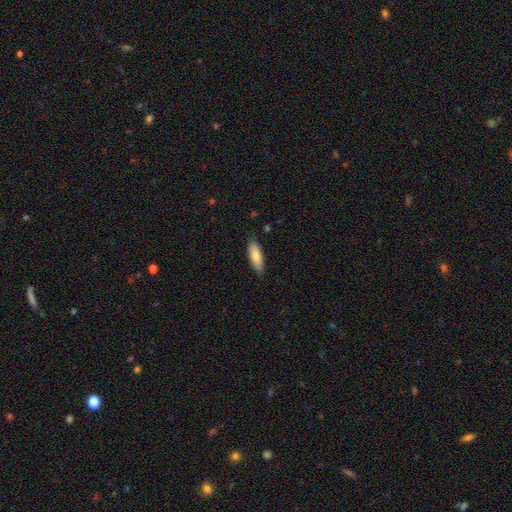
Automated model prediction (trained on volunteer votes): This appears to be a smooth galaxy with no disk features (80%) that is in between round and cigar-shaped (62%). Merging: none (83%).